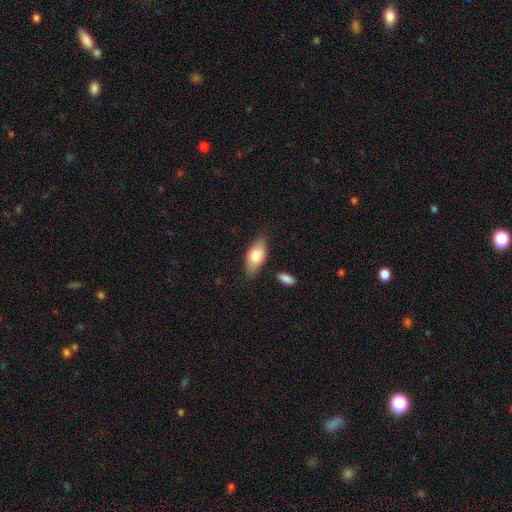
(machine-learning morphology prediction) Smooth or featured: smooth — 74% (featured or disk — 20%)
How rounded: in between — 86% (cigar-shaped — 10%)
Merging: none — 77% (minor disturbance — 15%)